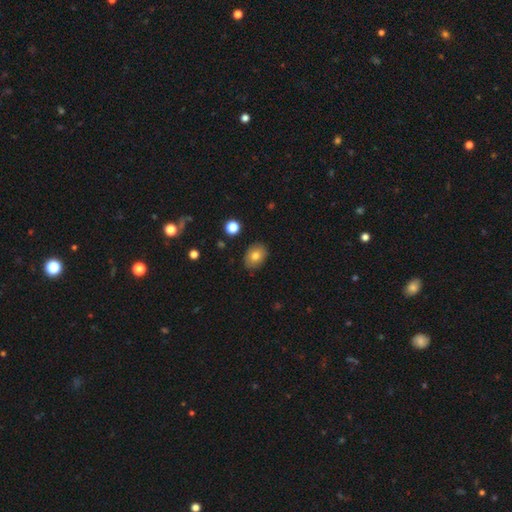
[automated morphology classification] smooth_or_featured: smooth (p=0.78) [alt: featured or disk p=0.13]
how_rounded: in between (p=0.65) [alt: round p=0.34]
merging: none (p=0.86) [alt: minor disturbance p=0.10]